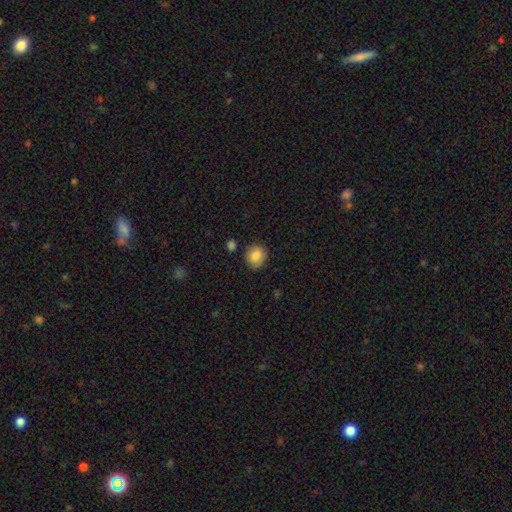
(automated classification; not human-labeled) Morphology: type=smooth (84%); roundness=round (85%); merging=none (84%).